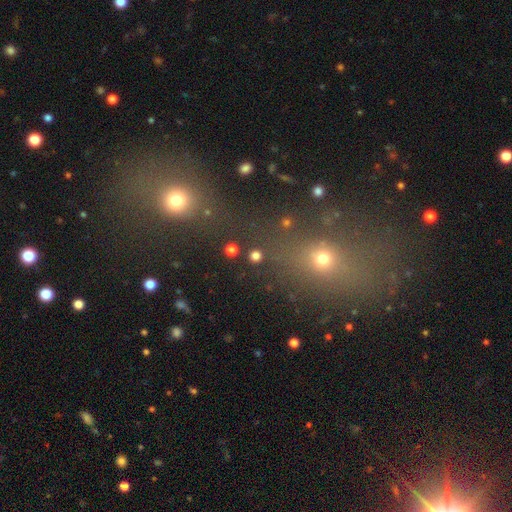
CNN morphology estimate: Smooth or featured? smooth (78%)
How rounded? round (92%)
Merging? none (88%)